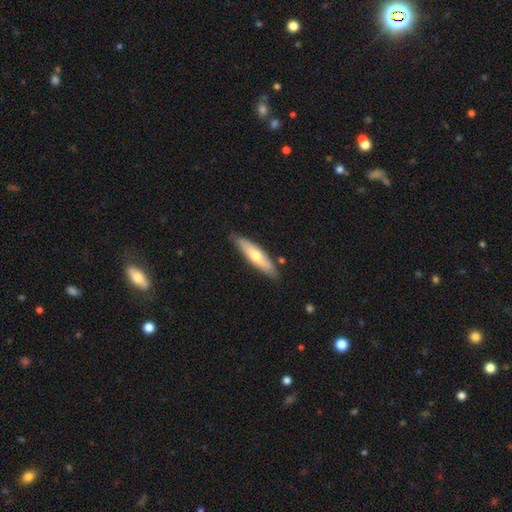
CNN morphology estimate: type=smooth (57%); roundness=cigar-shaped (72%); merging=none (83%).